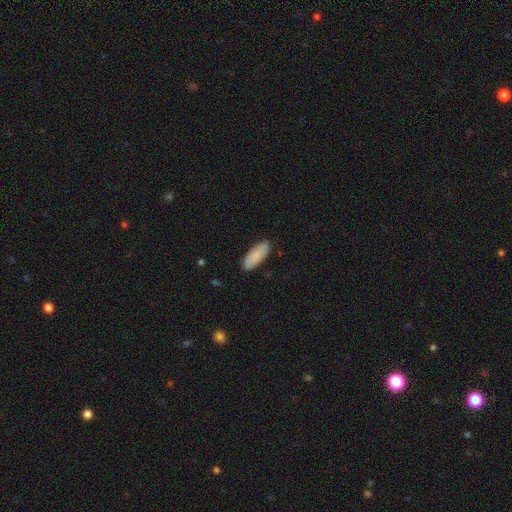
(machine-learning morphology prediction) type=smooth (87%); roundness=in between (75%); merging=none (87%).